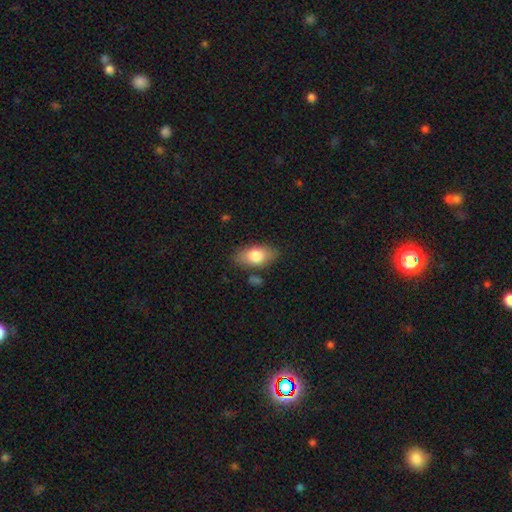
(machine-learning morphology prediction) A smooth galaxy with no disk features (79%) that is in between round and cigar-shaped (90%).

Vote fractions:
- Smooth or featured? smooth: 79% / featured or disk: 15% / star or artifact: 6%
- How rounded? in between: 90% / round: 5% / cigar-shaped: 5%
- Merging? none: 79% / minor disturbance: 14% / merger: 4% / major disturbance: 3%